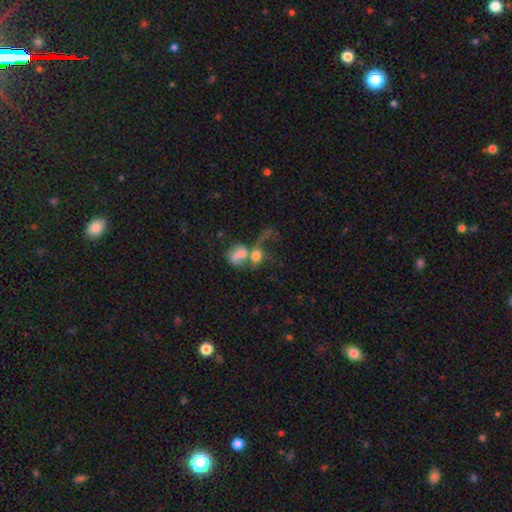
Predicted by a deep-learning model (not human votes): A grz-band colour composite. It shows a smooth galaxy with no disk features (51%) that is in between round and cigar-shaped (55%). Merging: merger (65%).